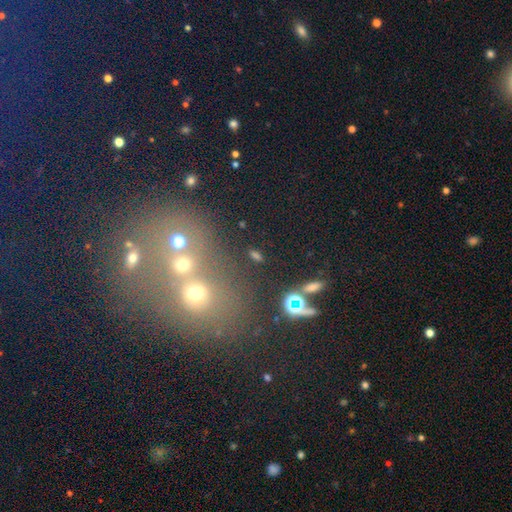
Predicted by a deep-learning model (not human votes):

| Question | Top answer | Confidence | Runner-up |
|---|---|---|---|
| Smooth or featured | smooth | 45% | star or artifact (39%) |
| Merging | none | 53% | merger (33%) |